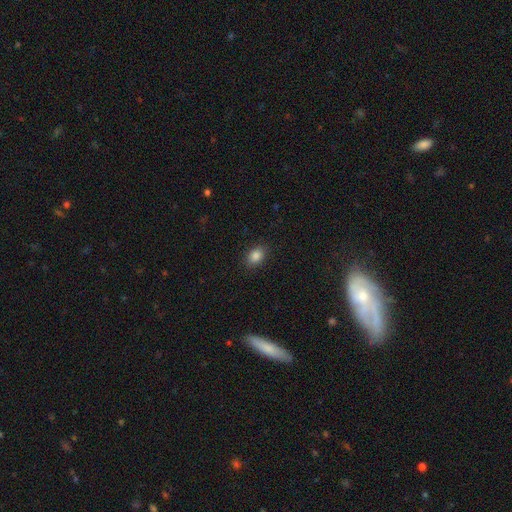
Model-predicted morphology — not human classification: The model was most divided on "how rounded": in between: 74%, round: 25%, cigar-shaped: 1%. More confident: merging — none (88%); smooth or featured — smooth (85%).